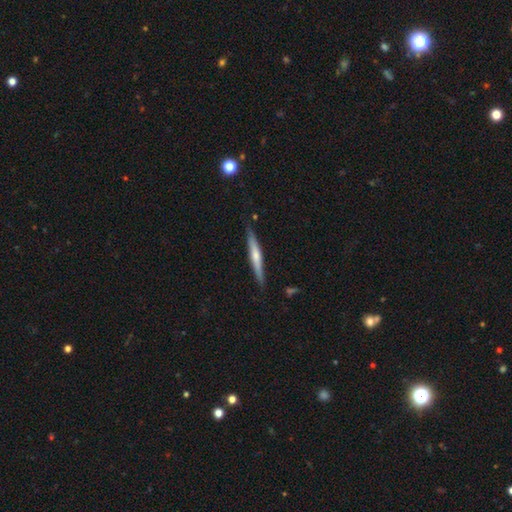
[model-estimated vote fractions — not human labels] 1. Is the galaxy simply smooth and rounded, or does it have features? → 49% featured or disk, 45% smooth, 6% star or artifact.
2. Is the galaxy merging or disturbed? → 84% none, 12% minor disturbance, 2% major disturbance, 2% merger.